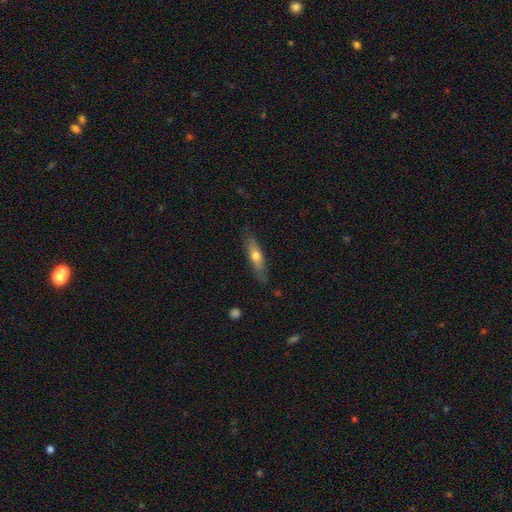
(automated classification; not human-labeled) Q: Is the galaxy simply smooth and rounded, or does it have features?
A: smooth — 56%.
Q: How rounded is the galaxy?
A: cigar-shaped — 65%.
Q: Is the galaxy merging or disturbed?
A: none — 81%.